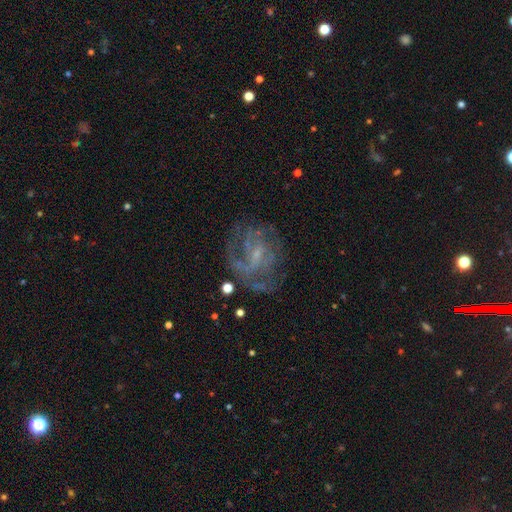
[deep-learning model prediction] This is likely a featured or disk galaxy (77%). It is clearly not viewed edge-on (97%). Bar: possibly weak (48%). Spiral arm pattern: likely yes (80%). Spiral arm count: marginally can't tell (40%). Spiral winding: marginally medium (42%). Central bulge: likely small (61%). Merging: possibly none (56%).